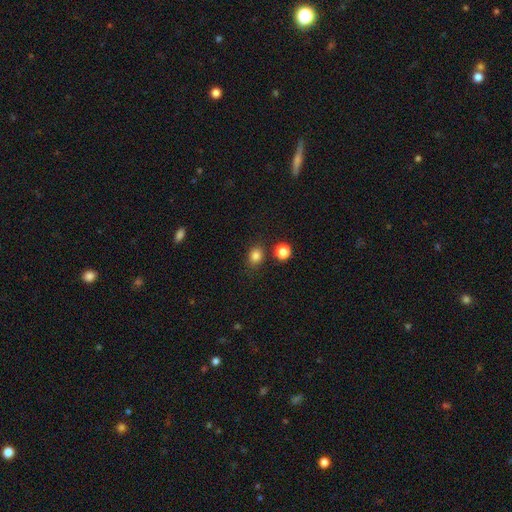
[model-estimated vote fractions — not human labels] Smooth or featured: smooth — 83% (star or artifact — 13%)
How rounded: round — 58% (in between — 41%)
Merging: none — 79% (minor disturbance — 11%)